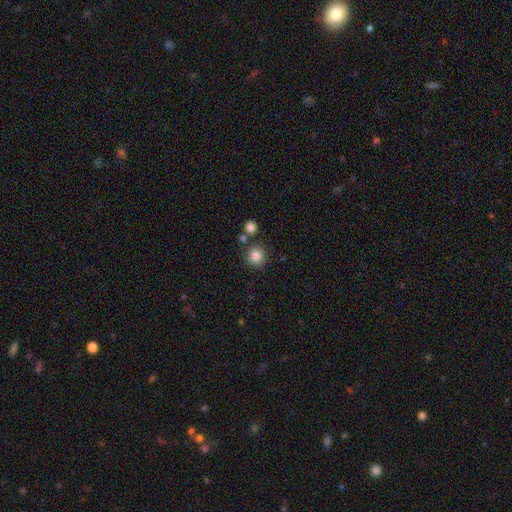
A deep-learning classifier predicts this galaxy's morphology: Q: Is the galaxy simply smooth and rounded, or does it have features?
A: smooth — 85%.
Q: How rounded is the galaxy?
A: round — 90%.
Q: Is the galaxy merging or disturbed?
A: none — 78%.